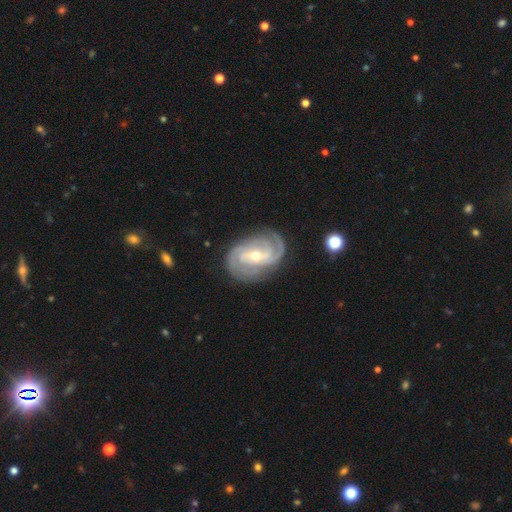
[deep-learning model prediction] smooth_or_featured: featured or disk (p=0.90) [alt: smooth p=0.05]
disk_edge_on: no (p=0.97) [alt: yes p=0.03]
bar: weak (p=0.46) [alt: no p=0.29]
has_spiral_arms: yes (p=0.98) [alt: no p=0.02]
spiral_winding: tight (p=0.56) [alt: medium p=0.35]
spiral_arm_count: 2 (p=0.35) [alt: 3 p=0.33]
bulge_size: moderate (p=0.57) [alt: small p=0.39]
merging: none (p=0.76) [alt: minor disturbance p=0.16]